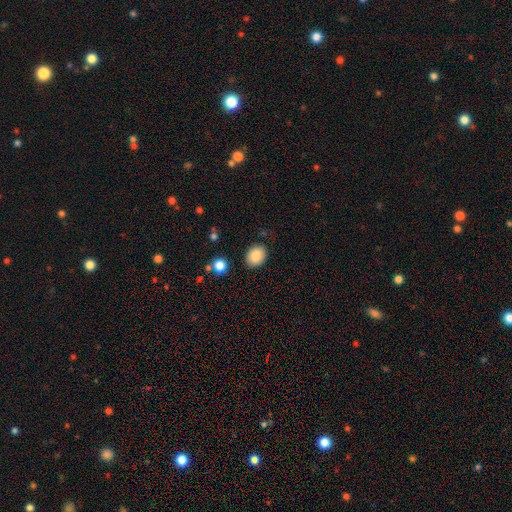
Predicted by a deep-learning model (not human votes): Smooth or featured? Predicted: smooth (p=0.87). How rounded? Predicted: in between (p=0.56). Merging? Predicted: none (p=0.85).